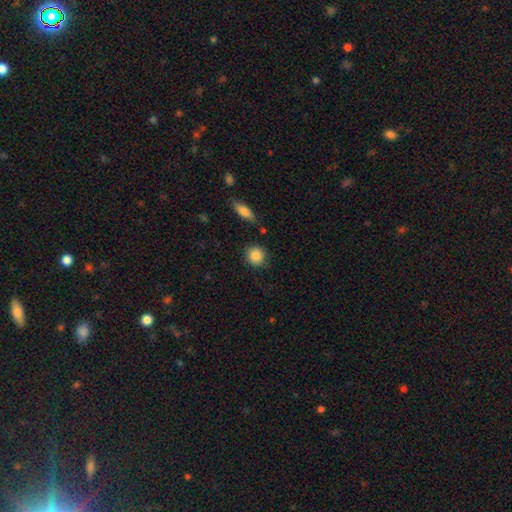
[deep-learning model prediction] A smooth galaxy with no disk features (88%) that is round (87%).

Vote fractions:
- Smooth or featured? smooth: 88% / star or artifact: 8% / featured or disk: 5%
- How rounded? round: 87% / in between: 12% / cigar-shaped: 1%
- Merging? none: 85% / minor disturbance: 9% / merger: 3% / major disturbance: 3%